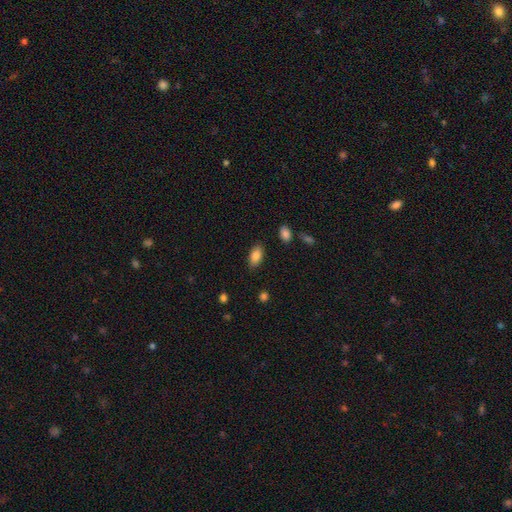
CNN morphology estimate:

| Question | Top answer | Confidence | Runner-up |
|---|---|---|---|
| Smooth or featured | smooth | 86% | star or artifact (8%) |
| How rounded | in between | 92% | round (4%) |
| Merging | none | 85% | minor disturbance (11%) |